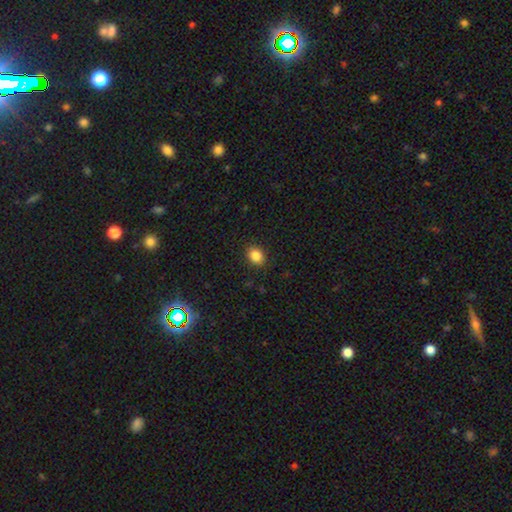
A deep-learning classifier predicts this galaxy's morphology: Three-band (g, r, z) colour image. It shows a smooth galaxy with no disk features (86%) that is in between round and cigar-shaped (57%). Merging: none (89%).